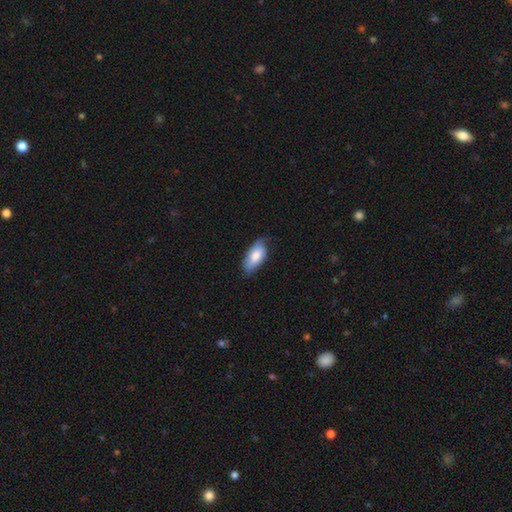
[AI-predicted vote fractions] smooth 78%, featured or disk 17%, star or artifact 6%. Down the decision tree: how rounded — in between (90%); merging — none (65%).